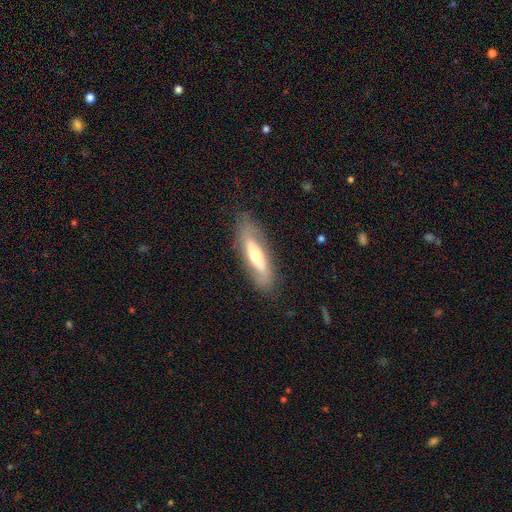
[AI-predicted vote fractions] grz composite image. It shows a featured or disk galaxy (52%). Merging: none (79%).